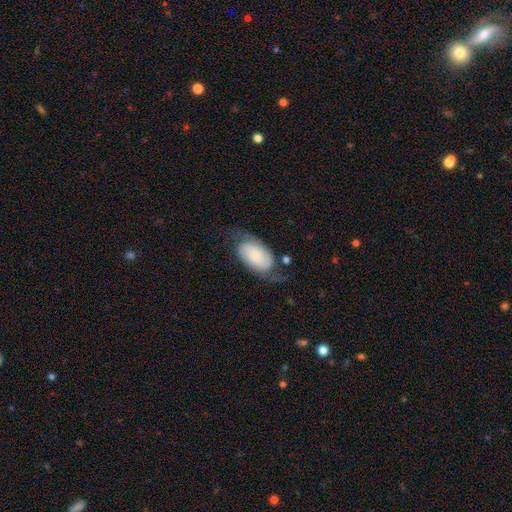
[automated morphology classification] Smooth or featured? Predicted: featured or disk (p=0.60). Edge-on disk? Predicted: no (p=0.95). Bar? Predicted: no (p=0.70). Spiral arms? Predicted: yes (p=0.92). Spiral winding? Predicted: loose (p=0.42). Spiral arm count? Predicted: 2 (p=0.89). Bulge size? Predicted: none (p=0.30). Merging? Predicted: none (p=0.54).